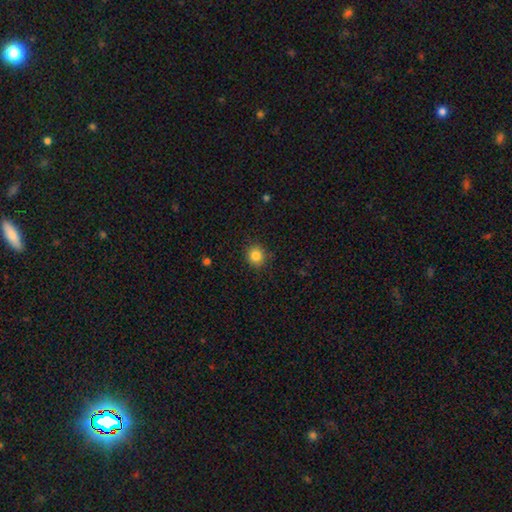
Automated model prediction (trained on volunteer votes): Smooth or featured? Predicted: smooth (p=0.84). How rounded? Predicted: round (p=0.90). Merging? Predicted: none (p=0.90).